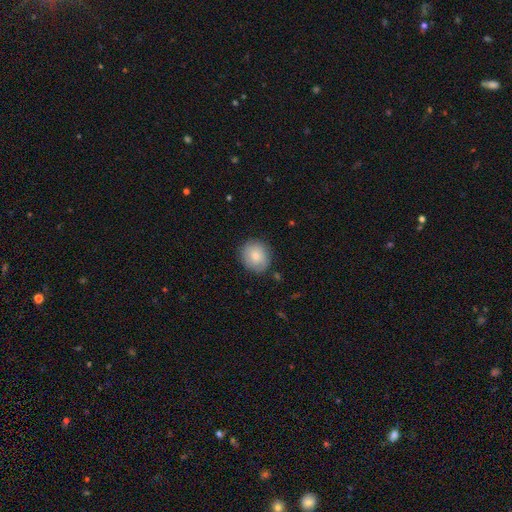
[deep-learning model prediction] Q: Smooth or featured?
A: smooth (78%); runner-up: featured or disk (15%)
Q: How rounded?
A: round (77%); runner-up: in between (23%)
Q: Merging?
A: none (84%); runner-up: minor disturbance (12%)